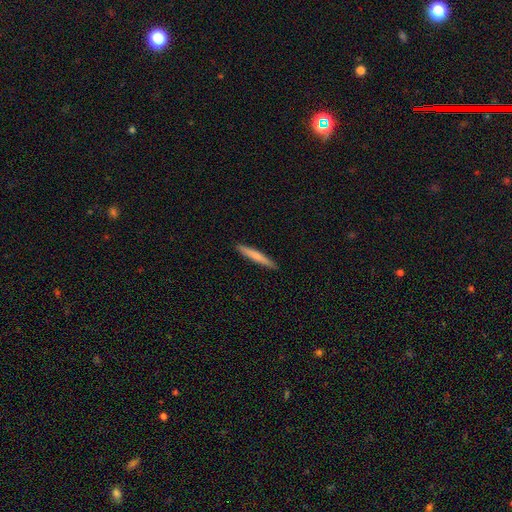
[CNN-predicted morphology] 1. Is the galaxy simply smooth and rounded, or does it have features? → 70% smooth, 25% featured or disk, 5% star or artifact.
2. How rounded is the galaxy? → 95% cigar-shaped, 4% in between, 1% round.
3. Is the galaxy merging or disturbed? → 91% none, 6% minor disturbance, 1% major disturbance, 1% merger.